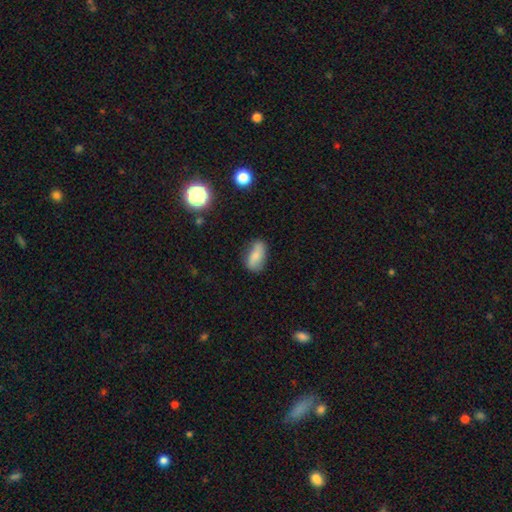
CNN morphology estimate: smooth 74%, featured or disk 17%, star or artifact 8%. Down the decision tree: how rounded — in between (85%); merging — none (68%).